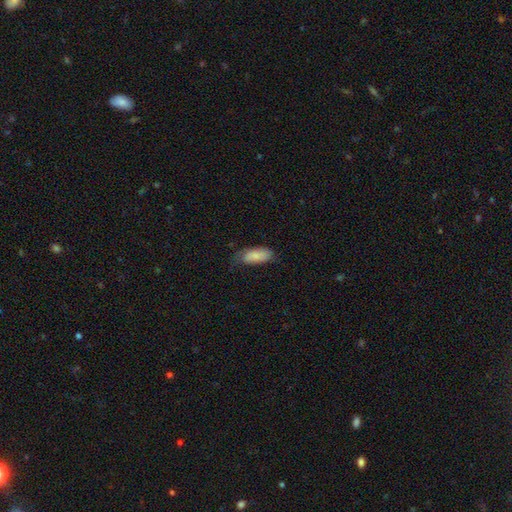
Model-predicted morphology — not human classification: The model was most divided on "merging": none: 55%, minor disturbance: 33%, major disturbance: 10%, merger: 2%. More confident: how rounded — in between (87%); smooth or featured — smooth (79%).